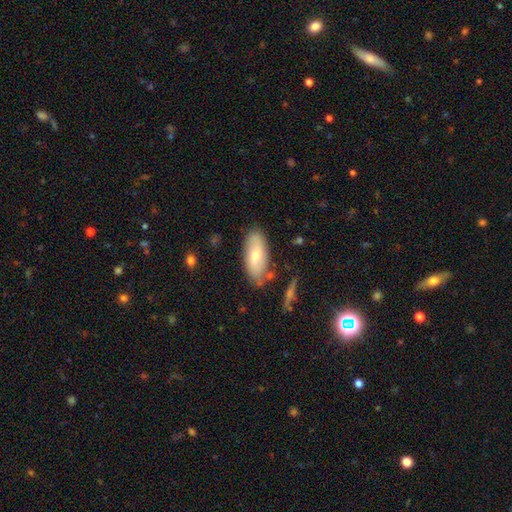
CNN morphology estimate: smooth 62%, featured or disk 32%, star or artifact 6%. Down the decision tree: how rounded — in between (84%); merging — none (78%).